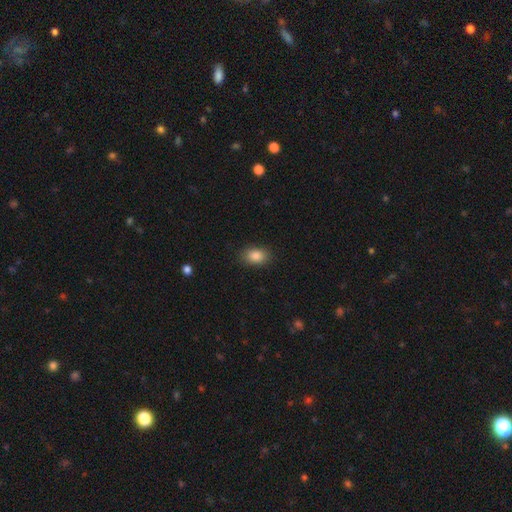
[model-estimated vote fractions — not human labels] Smooth or featured?
  - smooth: 87% *
  - star or artifact: 8%
  - featured or disk: 5%
How rounded?
  - in between: 81% *
  - round: 17%
  - cigar-shaped: 1%
Merging?
  - none: 87% *
  - minor disturbance: 10%
  - major disturbance: 3%
  - merger: 1%